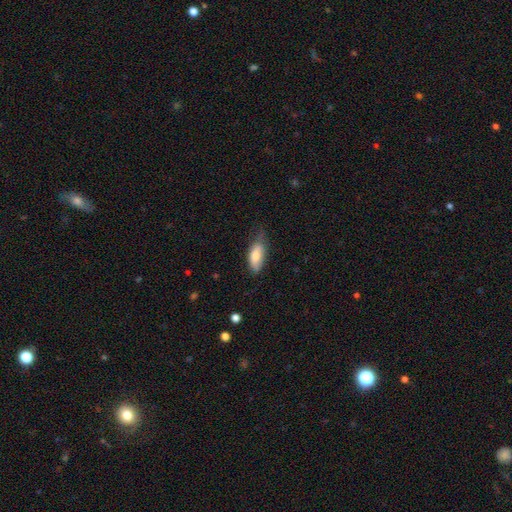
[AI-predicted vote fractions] Overall: smooth (79%). How rounded: in between (79%). Merging: none (44%; minor disturbance 41%).